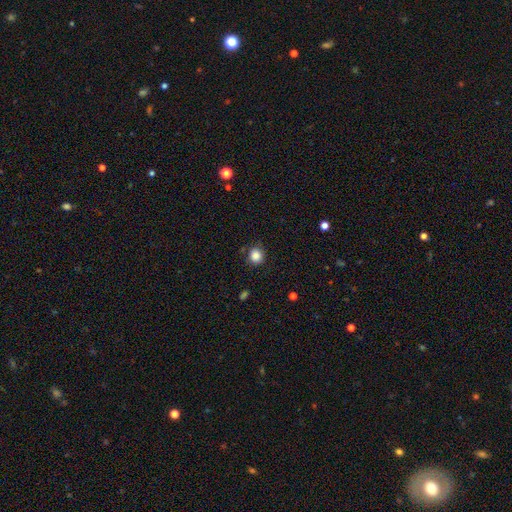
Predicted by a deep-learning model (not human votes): Morphology: type=smooth (85%); roundness=round (88%); merging=none (85%).